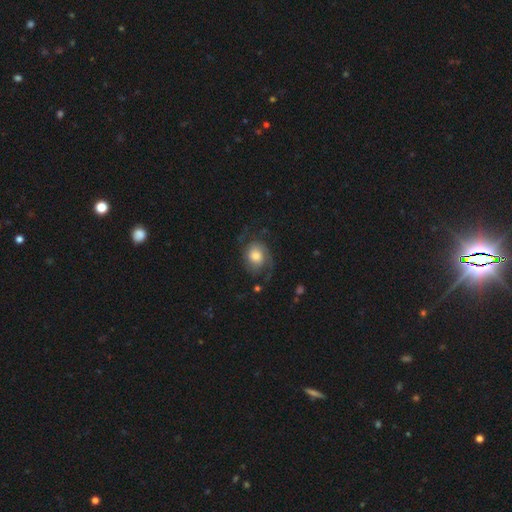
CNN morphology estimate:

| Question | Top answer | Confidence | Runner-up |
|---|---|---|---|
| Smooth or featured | featured or disk | 63% | smooth (30%) |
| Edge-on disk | no | 97% | yes (3%) |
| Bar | no | 76% | weak (21%) |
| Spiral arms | yes | 91% | no (9%) |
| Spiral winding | medium | 42% | loose (34%) |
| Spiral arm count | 2 | 72% | can't tell (10%) |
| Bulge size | moderate | 43% | large (38%) |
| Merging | none | 59% | minor disturbance (20%) |